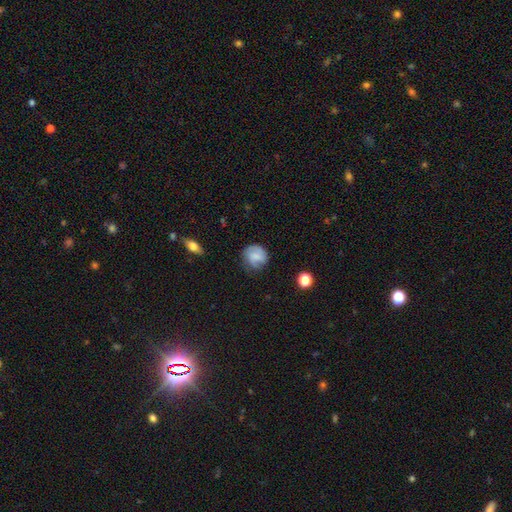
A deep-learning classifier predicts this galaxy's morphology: Q: Smooth or featured?
A: smooth (52%); runner-up: featured or disk (39%)
Q: How rounded?
A: round (83%); runner-up: in between (16%)
Q: Merging?
A: none (69%); runner-up: minor disturbance (22%)